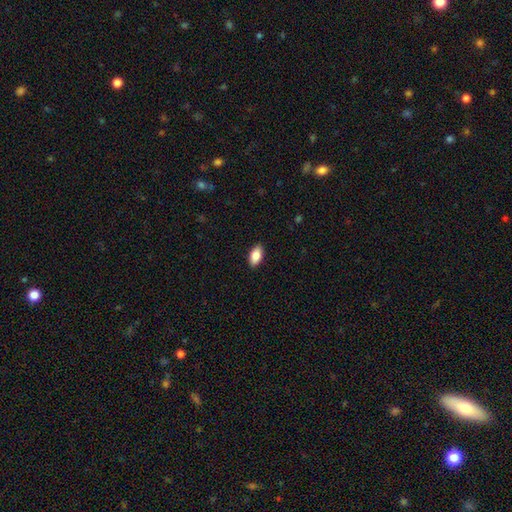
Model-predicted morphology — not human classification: Overall: smooth (85%). How rounded: in between (92%). Merging: none (90%).